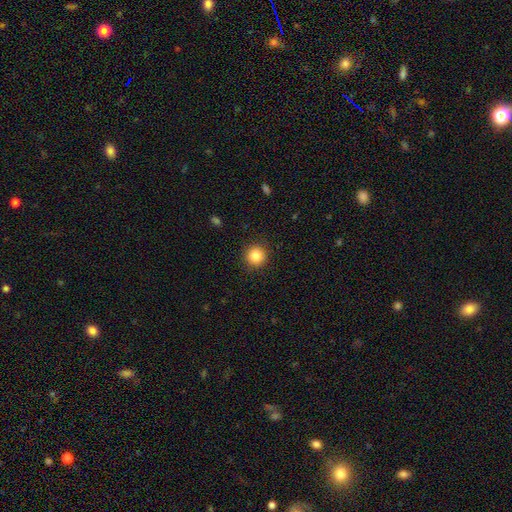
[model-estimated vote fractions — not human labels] Smooth or featured?
  - smooth: 84% *
  - star or artifact: 10%
  - featured or disk: 5%
How rounded?
  - round: 94% *
  - in between: 5%
  - cigar-shaped: 1%
Merging?
  - none: 90% *
  - minor disturbance: 6%
  - major disturbance: 2%
  - merger: 1%